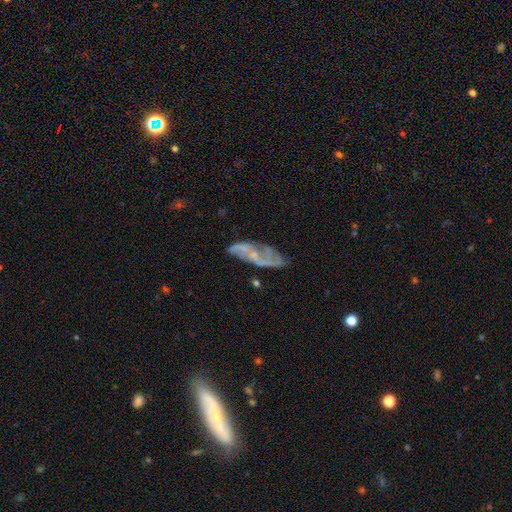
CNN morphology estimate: A featured or disk galaxy (74%) with no bar (60%), 2 (54%) medium (43%) spiral arms (84%) and a small central bulge (61%).

Vote fractions:
- Smooth or featured? featured or disk: 74% / smooth: 16% / star or artifact: 10%
- Edge-on disk? no: 86% / yes: 14%
- Bar? no: 60% / weak: 32% / strong: 8%
- Spiral arms? yes: 84% / no: 16%
- Spiral winding? medium: 43% / loose: 32% / tight: 25%
- Spiral arm count? 2: 54% / can't tell: 23% / 3: 11% / 1: 5% / 4: 4% / more than 4: 3%
- Bulge size? small: 61% / moderate: 21% / none: 16% / large: 1% / dominant: 1%
- Merging? none: 63% / minor disturbance: 21% / major disturbance: 12% / merger: 4%